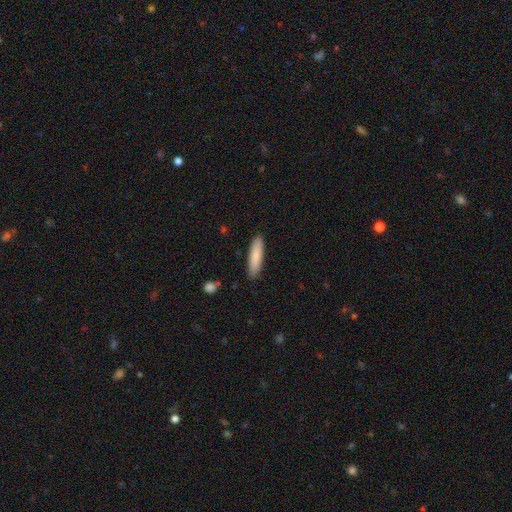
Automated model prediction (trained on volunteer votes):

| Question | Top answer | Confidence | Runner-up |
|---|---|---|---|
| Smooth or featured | smooth | 83% | featured or disk (11%) |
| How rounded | cigar-shaped | 75% | in between (23%) |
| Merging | none | 89% | minor disturbance (8%) |